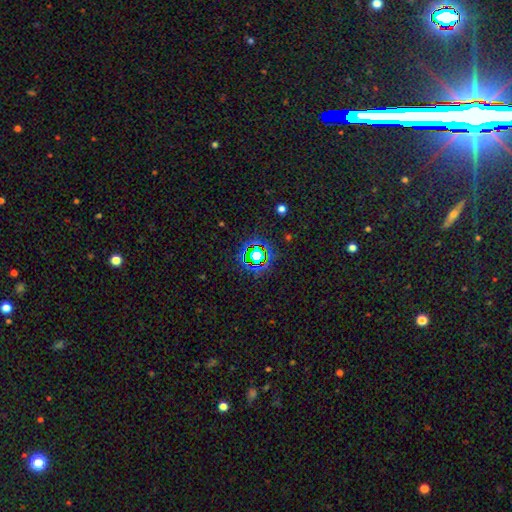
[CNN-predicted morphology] A star or artifact, not a galaxy (71%).